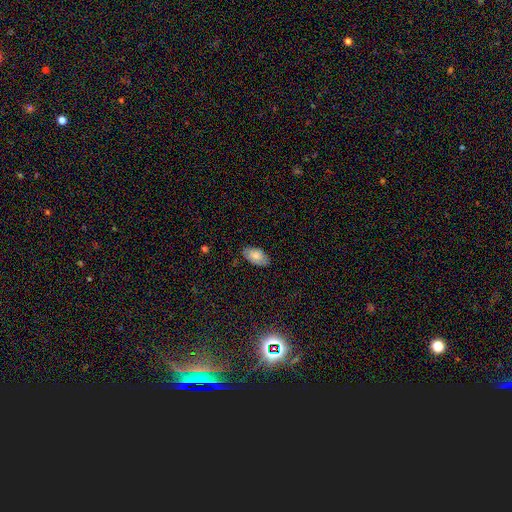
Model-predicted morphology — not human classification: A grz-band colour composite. It shows a smooth galaxy with no disk features (72%) that is in between round and cigar-shaped (95%). Merging: none (79%).